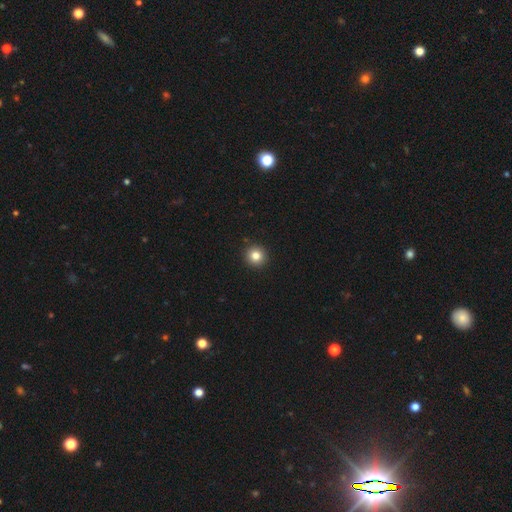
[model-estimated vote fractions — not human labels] smooth_or_featured: smooth (p=0.83) [alt: star or artifact p=0.11]
how_rounded: round (p=0.95) [alt: in between p=0.04]
merging: none (p=0.93) [alt: minor disturbance p=0.05]